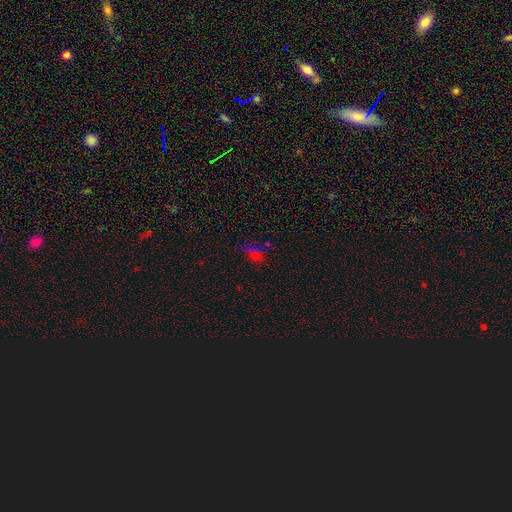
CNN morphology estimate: Overall: star or artifact (50%; smooth 40%).